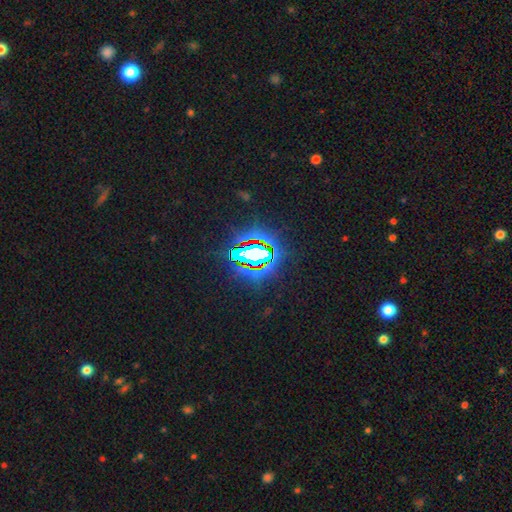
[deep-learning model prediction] Morphology: type=star or artifact (77%).